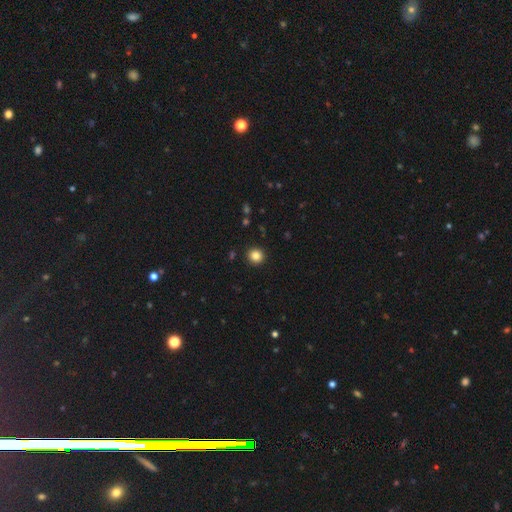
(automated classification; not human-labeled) Smooth or featured?
  - smooth: 84% *
  - star or artifact: 11%
  - featured or disk: 5%
How rounded?
  - round: 92% *
  - in between: 7%
  - cigar-shaped: 1%
Merging?
  - none: 92% *
  - minor disturbance: 5%
  - major disturbance: 2%
  - merger: 1%